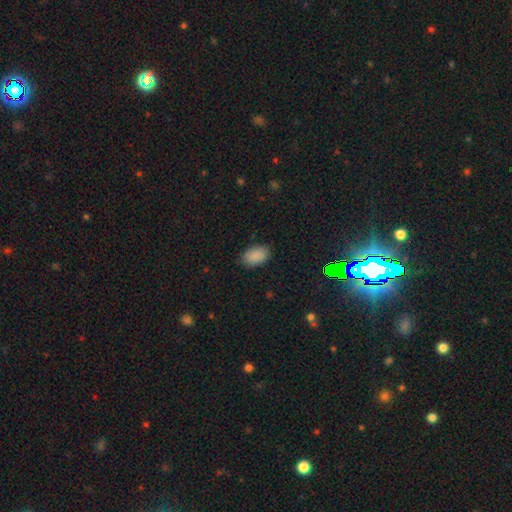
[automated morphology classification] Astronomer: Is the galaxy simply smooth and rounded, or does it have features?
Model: smooth — 88%.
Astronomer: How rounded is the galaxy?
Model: in between — 90%.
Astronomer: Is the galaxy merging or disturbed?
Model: none — 84%.